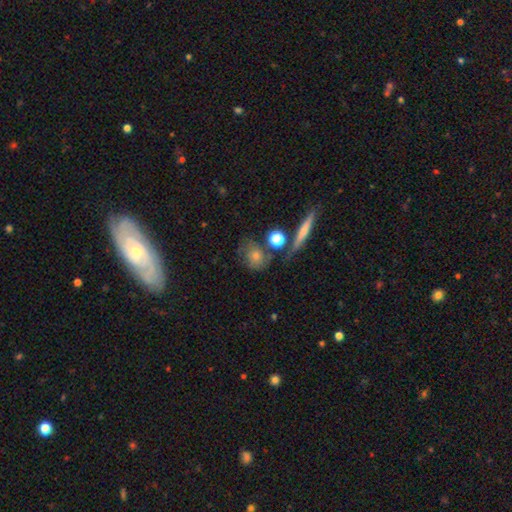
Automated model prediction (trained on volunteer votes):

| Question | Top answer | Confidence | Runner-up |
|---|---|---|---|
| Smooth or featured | smooth | 52% | featured or disk (36%) |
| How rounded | round | 64% | in between (27%) |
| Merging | none | 62% | minor disturbance (18%) |